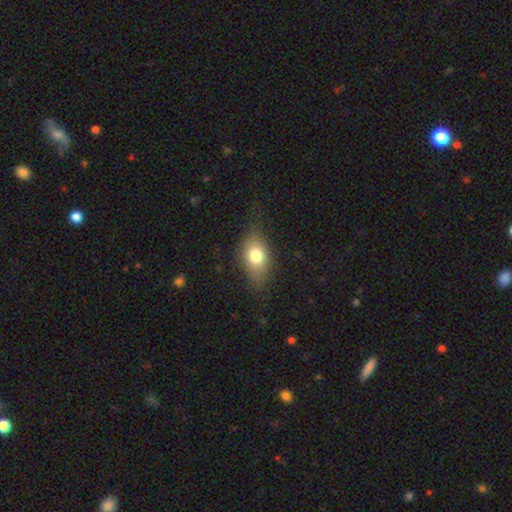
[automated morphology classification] This appears to be a smooth galaxy with no disk features (77%) that is in between round and cigar-shaped (79%). Merging: none (72%).